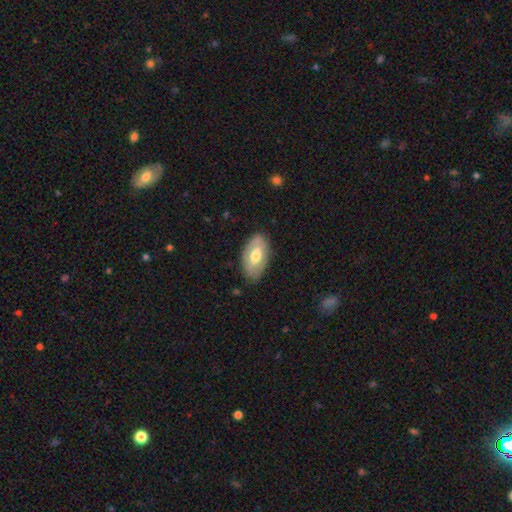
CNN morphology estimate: smooth-or-featured: smooth: 50% | featured or disk: 45% | star or artifact: 6%
  merging: none: 77% | minor disturbance: 17% | major disturbance: 4% | merger: 1%